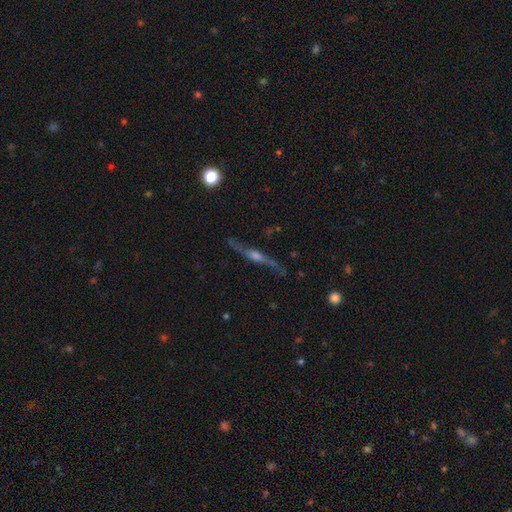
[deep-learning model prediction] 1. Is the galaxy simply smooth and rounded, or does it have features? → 79% featured or disk, 13% smooth, 8% star or artifact.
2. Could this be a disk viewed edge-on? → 81% yes, 19% no.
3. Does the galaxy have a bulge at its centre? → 83% rounded, 10% boxy, 8% none.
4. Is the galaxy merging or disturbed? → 71% none, 18% minor disturbance, 8% major disturbance, 3% merger.